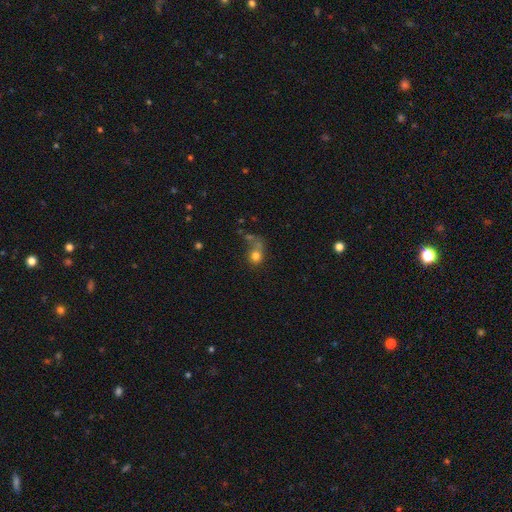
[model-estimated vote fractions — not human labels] Smooth or featured?
  - smooth: 72% *
  - featured or disk: 14%
  - star or artifact: 13%
How rounded?
  - round: 64% *
  - in between: 34%
  - cigar-shaped: 2%
Merging?
  - none: 33% *
  - merger: 26%
  - major disturbance: 25%
  - minor disturbance: 16%